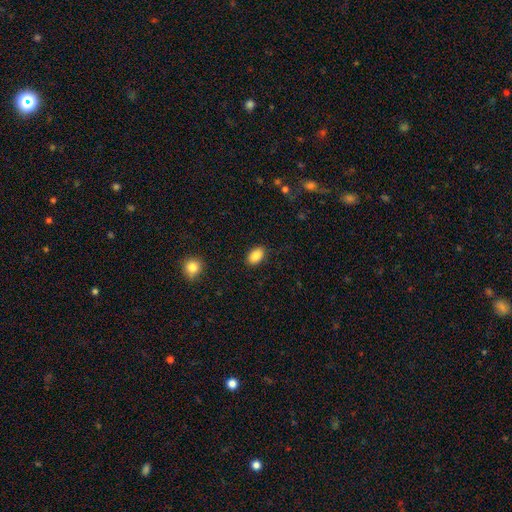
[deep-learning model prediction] Smooth or featured? Predicted: smooth (p=0.88). How rounded? Predicted: in between (p=0.91). Merging? Predicted: none (p=0.88).